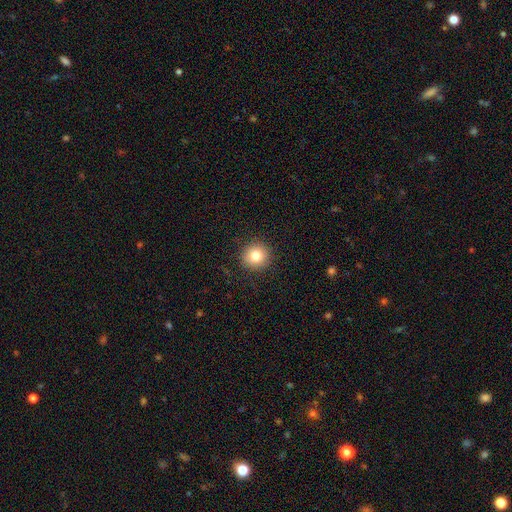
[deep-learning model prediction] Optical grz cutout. It shows a smooth galaxy with no disk features (81%) that is round (93%). Merging: none (91%).